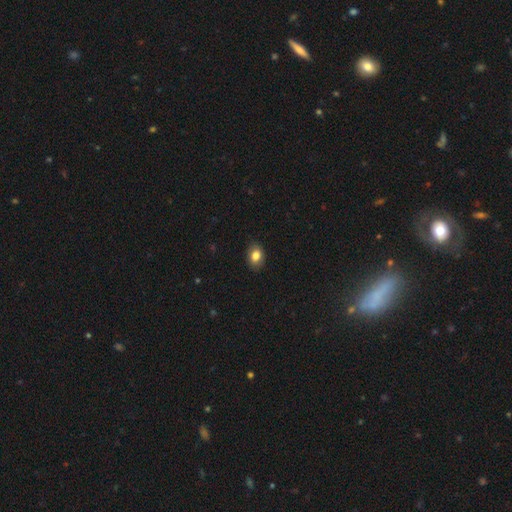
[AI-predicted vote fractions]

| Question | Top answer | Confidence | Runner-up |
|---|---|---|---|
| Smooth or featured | smooth | 83% | star or artifact (8%) |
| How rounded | in between | 76% | round (23%) |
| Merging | none | 84% | minor disturbance (13%) |